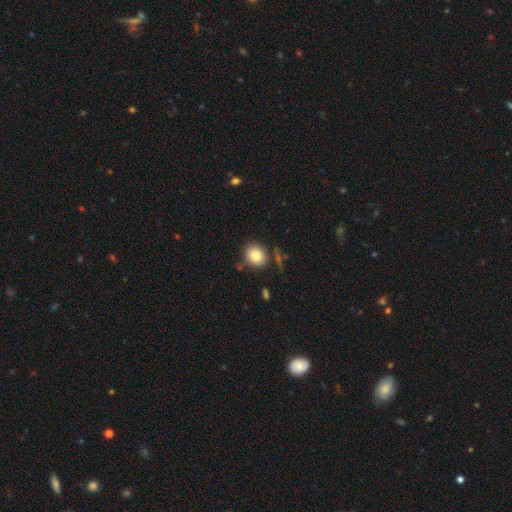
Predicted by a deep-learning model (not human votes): Q: Smooth or featured?
A: smooth (82%); runner-up: star or artifact (9%)
Q: How rounded?
A: round (70%); runner-up: in between (29%)
Q: Merging?
A: none (78%); runner-up: minor disturbance (12%)